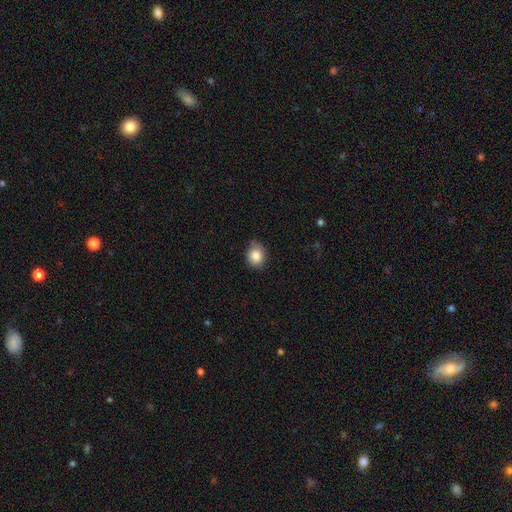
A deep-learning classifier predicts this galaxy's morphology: type=smooth (85%); roundness=round (60%); merging=none (73%).